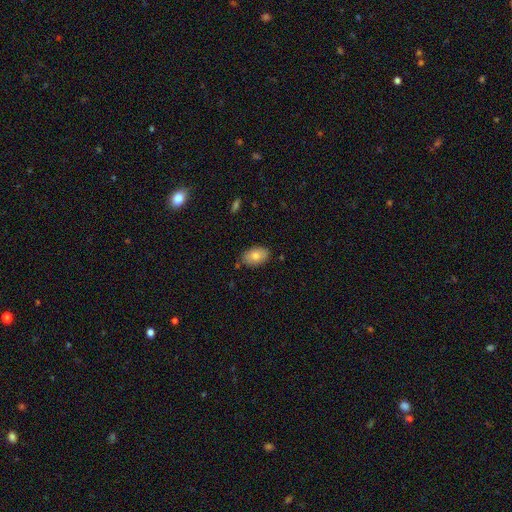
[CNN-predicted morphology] Smooth or featured? smooth (81%)
How rounded? in between (91%)
Merging? none (83%)